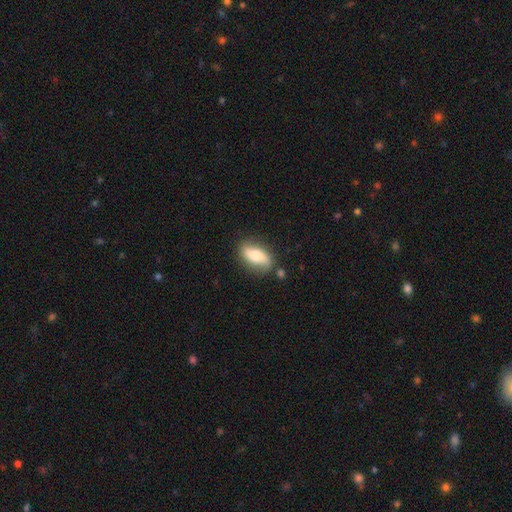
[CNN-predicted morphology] Smooth or featured? Predicted: smooth (p=0.56). How rounded? Predicted: in between (p=0.86). Merging? Predicted: none (p=0.74).